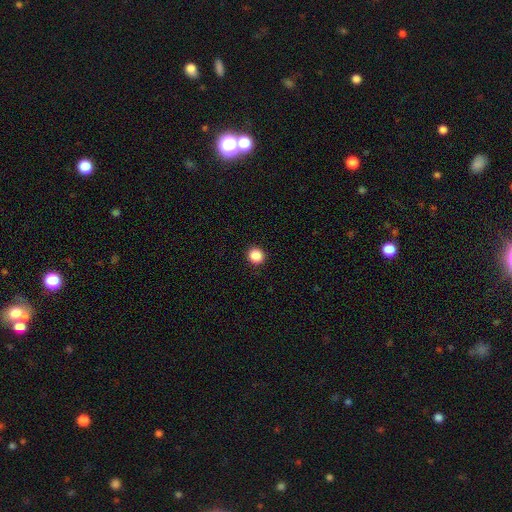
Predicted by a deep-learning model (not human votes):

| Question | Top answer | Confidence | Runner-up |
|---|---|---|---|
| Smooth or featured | smooth | 88% | star or artifact (10%) |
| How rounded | round | 92% | in between (7%) |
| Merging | none | 93% | minor disturbance (5%) |